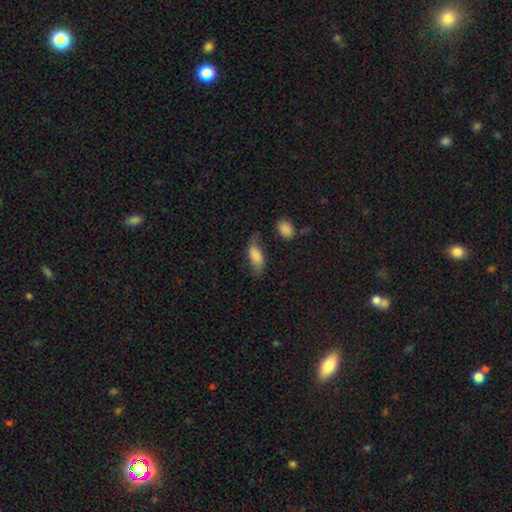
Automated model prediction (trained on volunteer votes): smooth-or-featured: smooth: 74% | featured or disk: 18% | star or artifact: 8%
  how-rounded: in between: 84% | cigar-shaped: 12% | round: 3%
  merging: none: 54% | minor disturbance: 28% | major disturbance: 12% | merger: 6%